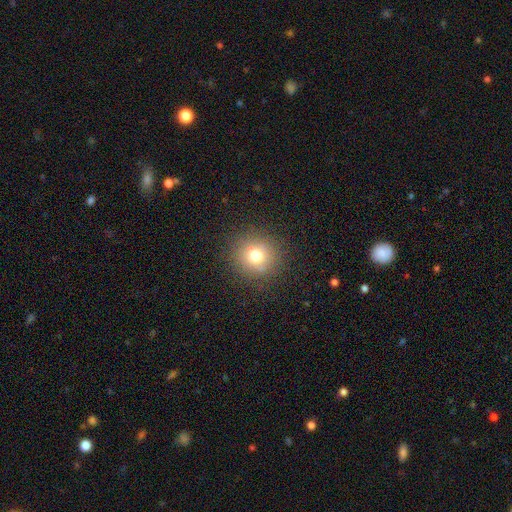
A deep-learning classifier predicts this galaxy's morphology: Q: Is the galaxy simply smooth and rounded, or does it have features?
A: smooth — 73%.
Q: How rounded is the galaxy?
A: round — 91%.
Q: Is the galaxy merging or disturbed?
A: none — 85%.